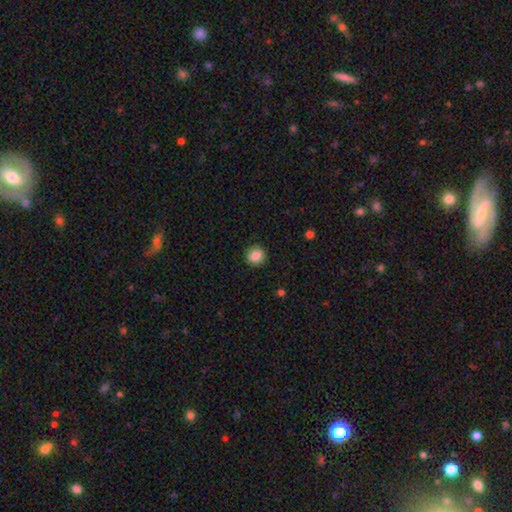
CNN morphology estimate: Smooth or featured? Predicted: smooth (p=0.86). How rounded? Predicted: round (p=0.92). Merging? Predicted: none (p=0.91).